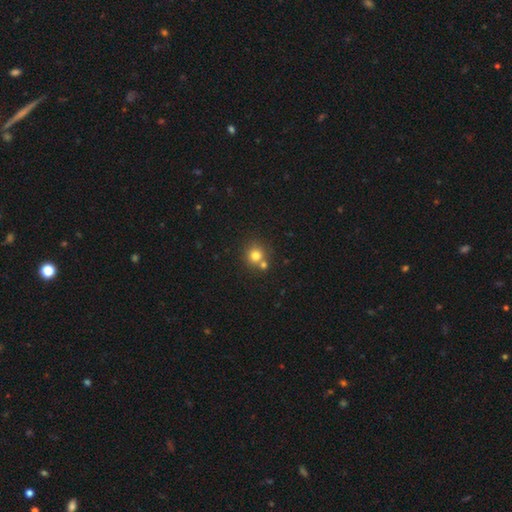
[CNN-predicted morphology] Overall: smooth (78%). How rounded: round (90%). Merging: none (62%; merger 28%).